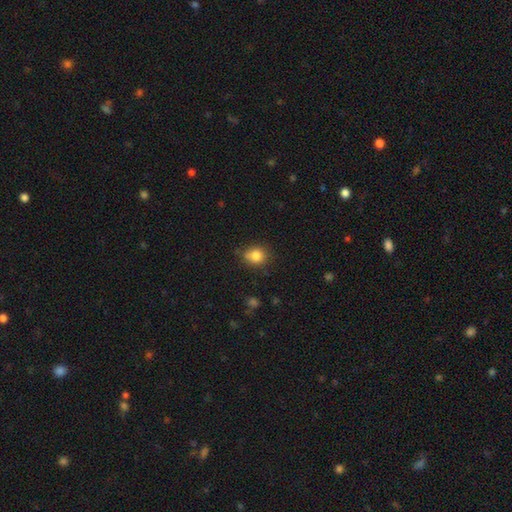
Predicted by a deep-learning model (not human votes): smooth 81%, star or artifact 11%, featured or disk 8%. Down the decision tree: how rounded — round (72%); merging — none (65%).